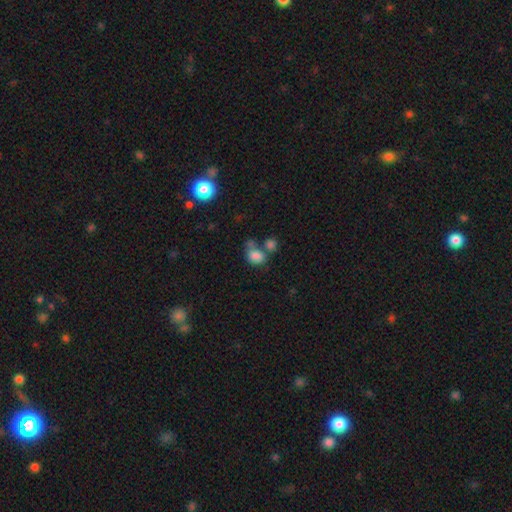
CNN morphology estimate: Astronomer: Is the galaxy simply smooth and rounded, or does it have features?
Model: smooth — 80%.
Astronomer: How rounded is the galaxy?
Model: in between — 60% (runner-up: round, 39%).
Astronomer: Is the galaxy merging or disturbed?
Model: merger — 39% (runner-up: none, 37%).